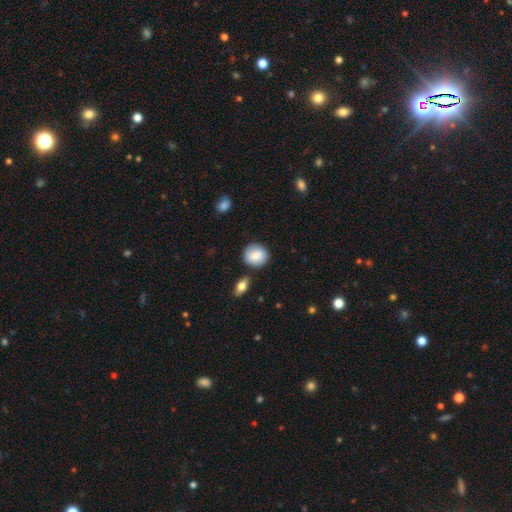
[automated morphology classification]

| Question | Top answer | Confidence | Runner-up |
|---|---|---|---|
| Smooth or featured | smooth | 82% | featured or disk (11%) |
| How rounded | round | 84% | in between (15%) |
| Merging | none | 79% | minor disturbance (13%) |